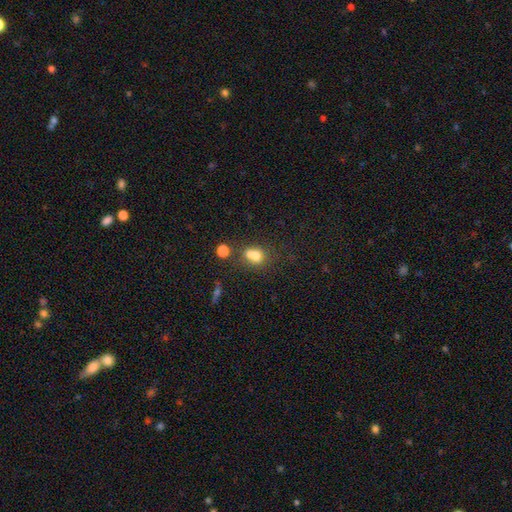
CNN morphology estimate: type=smooth (69%); roundness=round (71%); merging=merger (56%).